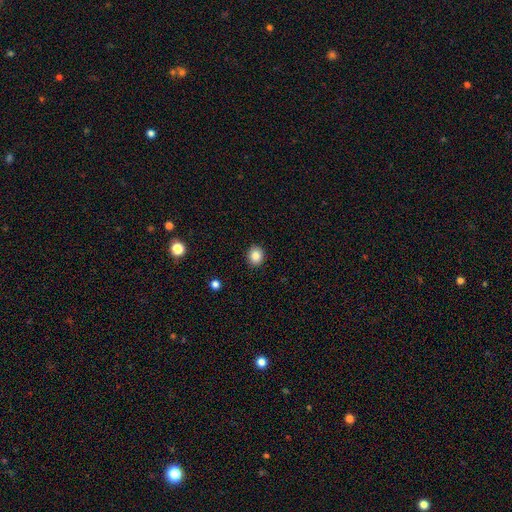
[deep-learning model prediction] This is clearly a smooth galaxy (86%). How rounded: likely round (72%). Merging: clearly none (91%).